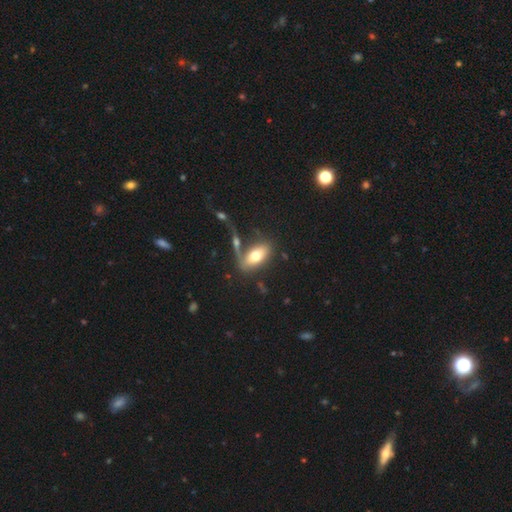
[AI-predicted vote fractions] Q: Smooth or featured?
A: smooth (66%); runner-up: featured or disk (26%)
Q: How rounded?
A: in between (89%); runner-up: round (6%)
Q: Merging?
A: none (50%); runner-up: merger (26%)